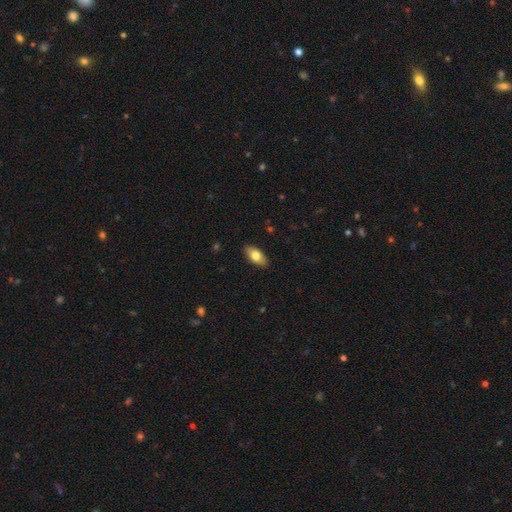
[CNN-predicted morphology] Smooth or featured? Predicted: smooth (p=0.75). How rounded? Predicted: in between (p=0.90). Merging? Predicted: none (p=0.89).